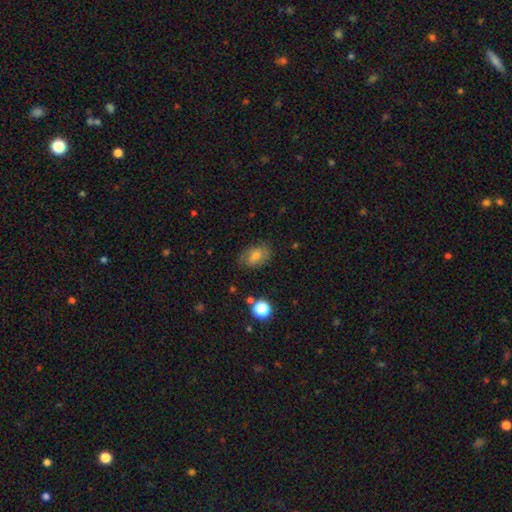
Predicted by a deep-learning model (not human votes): The model was most divided on "smooth or featured": smooth: 51%, featured or disk: 34%, star or artifact: 15%. More confident: how rounded — in between (78%); merging — none (74%).